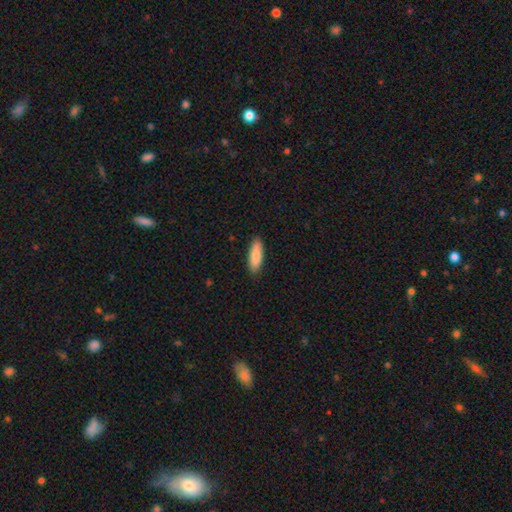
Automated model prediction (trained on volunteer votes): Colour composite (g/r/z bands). It shows a smooth galaxy with no disk features (85%) that is in between round and cigar-shaped (60%). Merging: none (88%).